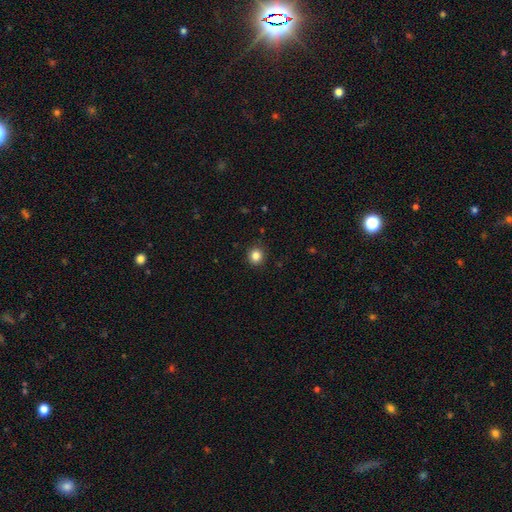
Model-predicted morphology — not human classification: Smooth or featured? smooth (85%)
How rounded? round (89%)
Merging? none (90%)